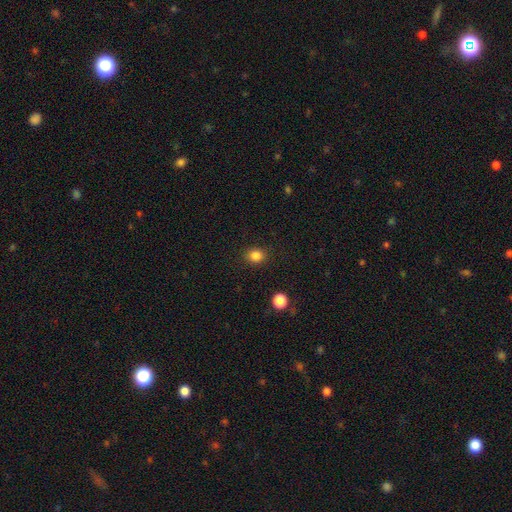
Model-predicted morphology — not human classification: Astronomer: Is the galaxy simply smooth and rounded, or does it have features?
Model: smooth — 84%.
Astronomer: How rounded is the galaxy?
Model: round — 73%.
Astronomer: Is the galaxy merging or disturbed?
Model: none — 89%.